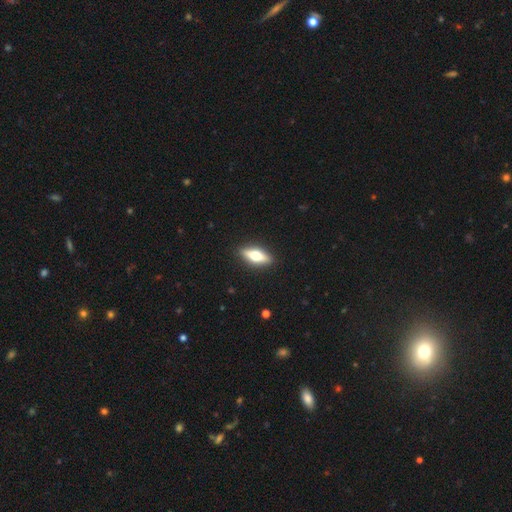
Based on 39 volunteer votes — This is likely a smooth galaxy (62%). How rounded: likely in between (75%). Merging: clearly none (89%).